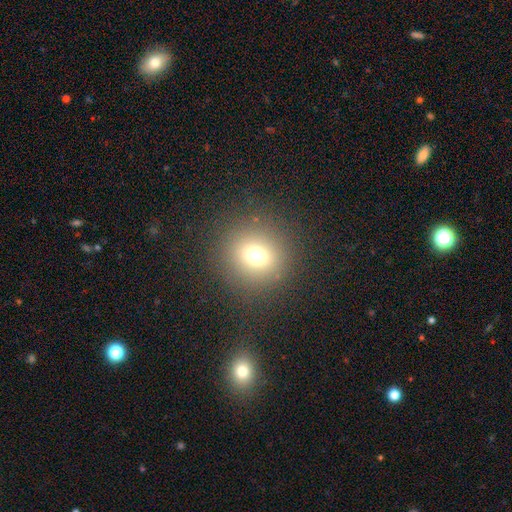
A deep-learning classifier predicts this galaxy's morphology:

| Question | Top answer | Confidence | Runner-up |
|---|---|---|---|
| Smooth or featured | smooth | 72% | star or artifact (18%) |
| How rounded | round | 90% | in between (9%) |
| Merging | none | 88% | minor disturbance (7%) |